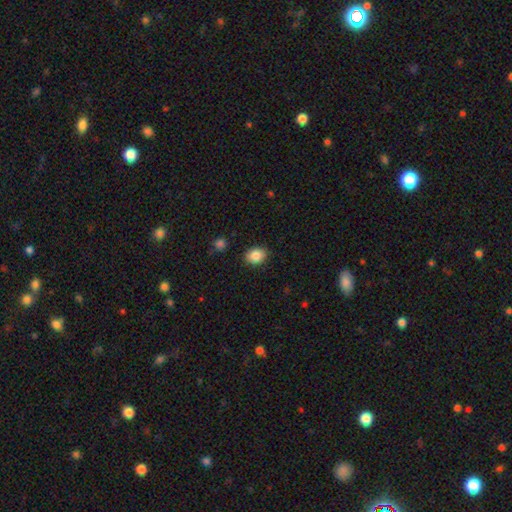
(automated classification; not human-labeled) The model was most divided on "how rounded": in between: 59%, round: 41%, cigar-shaped: 1%. More confident: merging — none (88%); smooth or featured — smooth (86%).